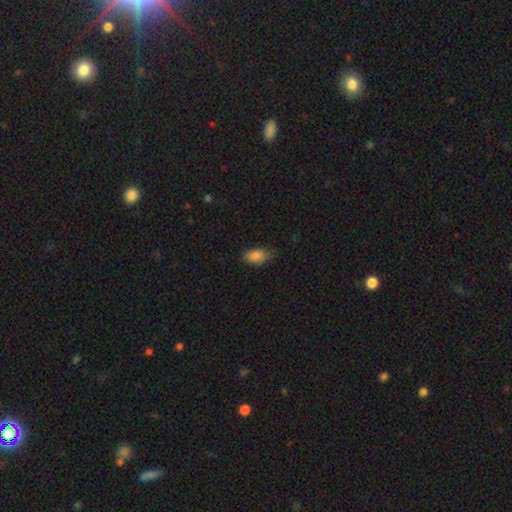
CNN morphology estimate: smooth_or_featured: smooth (p=0.85) [alt: star or artifact p=0.08]
how_rounded: in between (p=0.91) [alt: round p=0.06]
merging: none (p=0.70) [alt: minor disturbance p=0.25]